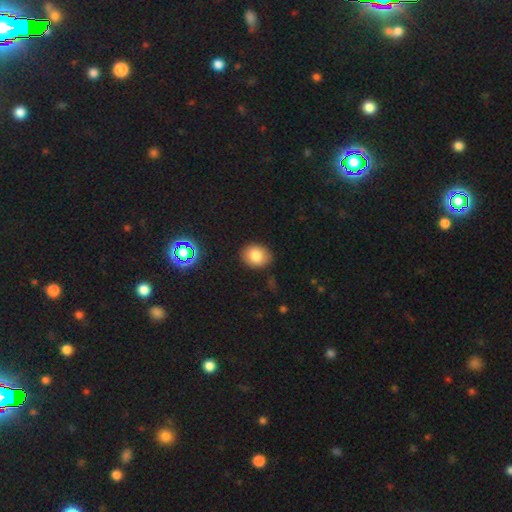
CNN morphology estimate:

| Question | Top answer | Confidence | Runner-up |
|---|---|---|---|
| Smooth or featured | smooth | 80% | star or artifact (11%) |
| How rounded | round | 52% | in between (47%) |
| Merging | none | 85% | minor disturbance (11%) |